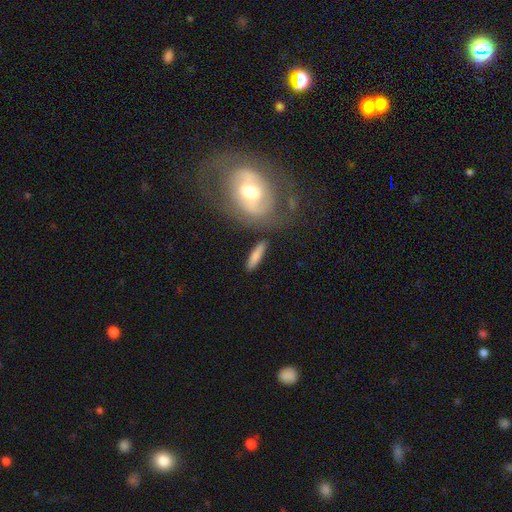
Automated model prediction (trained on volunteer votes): Morphology: type=smooth (77%); roundness=cigar-shaped (73%); merging=none (77%).